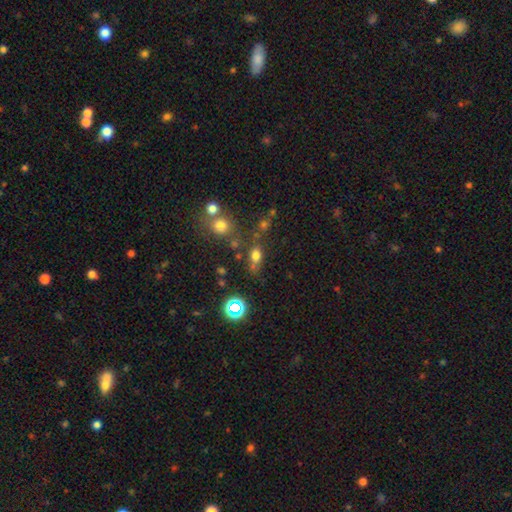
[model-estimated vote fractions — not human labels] This appears to be a smooth galaxy with no disk features (69%) that is in between round and cigar-shaped (63%). Merging: none (58%).